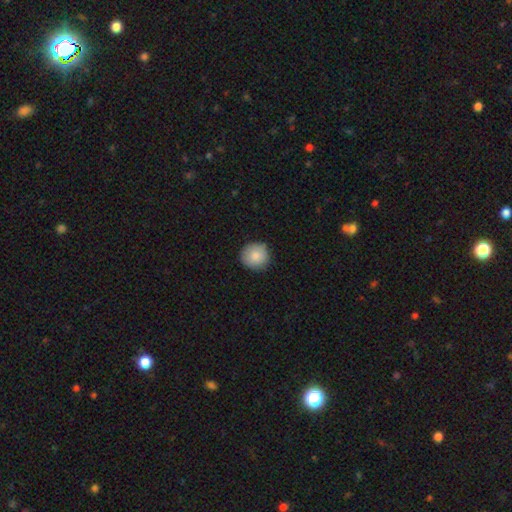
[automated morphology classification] A smooth galaxy with no disk features (86%) that is round (93%).

Vote fractions:
- Smooth or featured? smooth: 86% / star or artifact: 7% / featured or disk: 7%
- How rounded? round: 93% / in between: 6% / cigar-shaped: 1%
- Merging? none: 88% / minor disturbance: 10% / major disturbance: 2% / merger: 1%